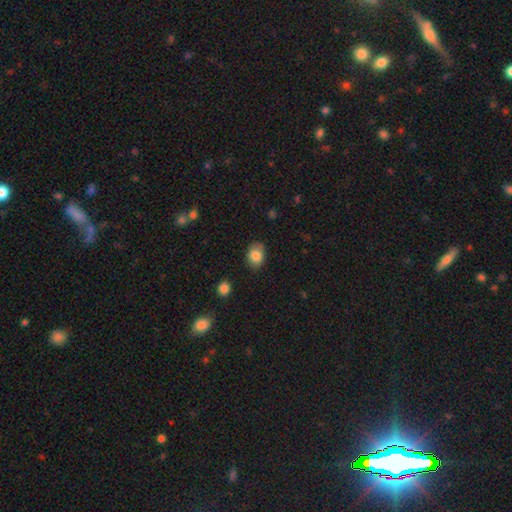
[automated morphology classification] Smooth or featured? Predicted: smooth (p=0.85). How rounded? Predicted: in between (p=0.69). Merging? Predicted: none (p=0.78).